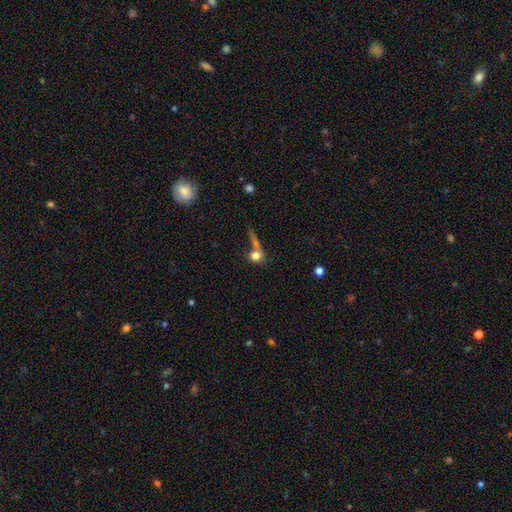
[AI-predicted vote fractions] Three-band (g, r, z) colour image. It shows a smooth galaxy with no disk features (74%) that is round (77%). Merging: none (39%).